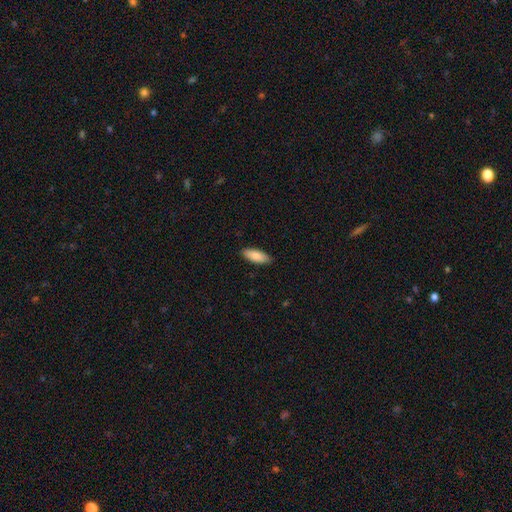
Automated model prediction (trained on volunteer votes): Overall: smooth (86%). How rounded: in between (74%). Merging: none (88%).